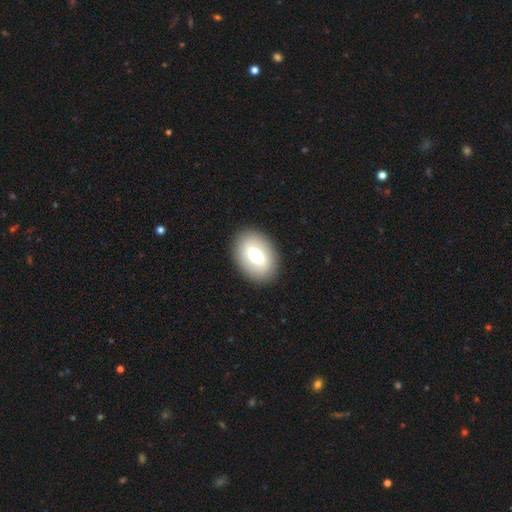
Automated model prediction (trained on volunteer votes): The model was most divided on "smooth or featured": smooth: 63%, featured or disk: 30%, star or artifact: 7%. More confident: merging — none (88%); how rounded — in between (80%).